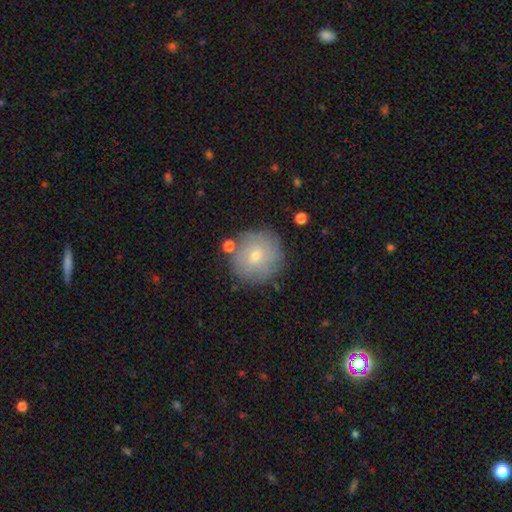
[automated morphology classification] Smooth or featured?
  - smooth: 56% *
  - featured or disk: 35%
  - star or artifact: 9%
How rounded?
  - round: 92% *
  - in between: 7%
  - cigar-shaped: 1%
Merging?
  - none: 80% *
  - minor disturbance: 12%
  - major disturbance: 4%
  - merger: 4%